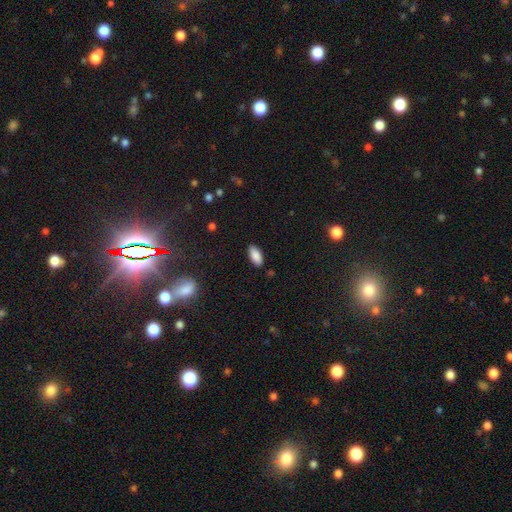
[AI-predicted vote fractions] Overall: smooth (88%). How rounded: in between (90%). Merging: none (87%).